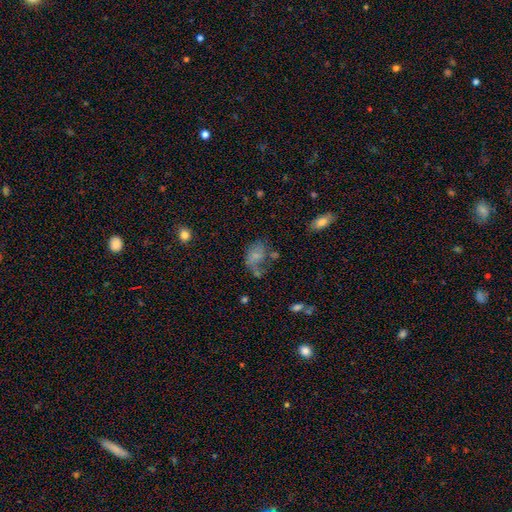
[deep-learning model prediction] This appears to be a smooth galaxy with no disk features (57%) that is in between round and cigar-shaped (76%). Merging: none (34%).